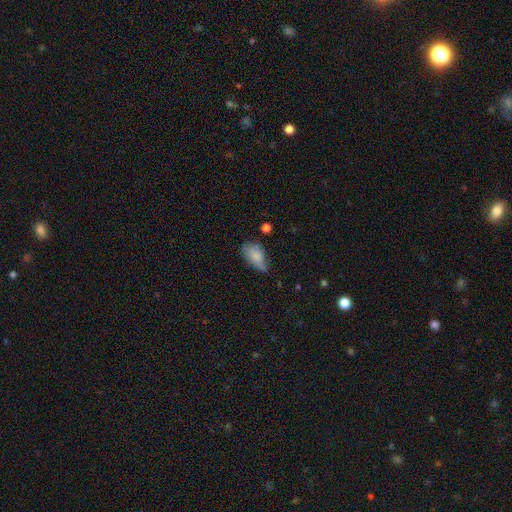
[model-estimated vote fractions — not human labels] A smooth galaxy with no disk features (74%) that is in between round and cigar-shaped (90%).

Vote fractions:
- Smooth or featured? smooth: 74% / featured or disk: 17% / star or artifact: 9%
- How rounded? in between: 90% / round: 6% / cigar-shaped: 4%
- Merging? minor disturbance: 41% / none: 39% / major disturbance: 16% / merger: 3%